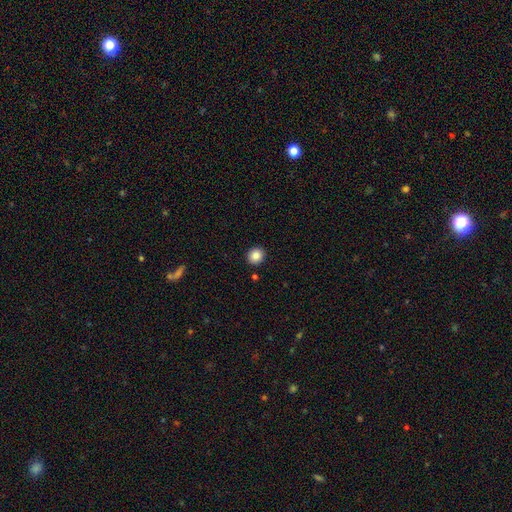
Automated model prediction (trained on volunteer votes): Smooth or featured?
  - smooth: 86% *
  - star or artifact: 9%
  - featured or disk: 5%
How rounded?
  - round: 83% *
  - in between: 17%
  - cigar-shaped: 1%
Merging?
  - none: 91% *
  - minor disturbance: 6%
  - merger: 2%
  - major disturbance: 2%